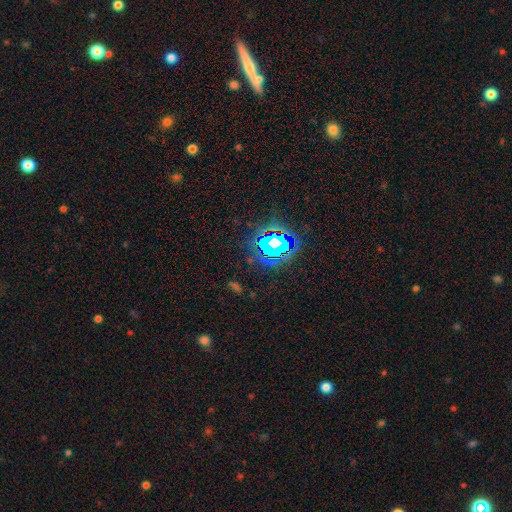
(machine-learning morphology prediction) star or artifact 77%, smooth 14%, featured or disk 9%.